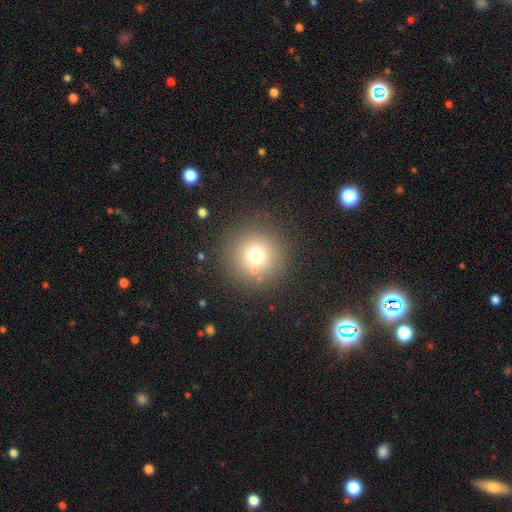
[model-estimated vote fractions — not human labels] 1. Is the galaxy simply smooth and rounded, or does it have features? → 71% smooth, 18% star or artifact, 11% featured or disk.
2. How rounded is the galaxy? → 96% round, 3% in between, 1% cigar-shaped.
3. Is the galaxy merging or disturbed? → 85% none, 7% minor disturbance, 4% merger, 4% major disturbance.